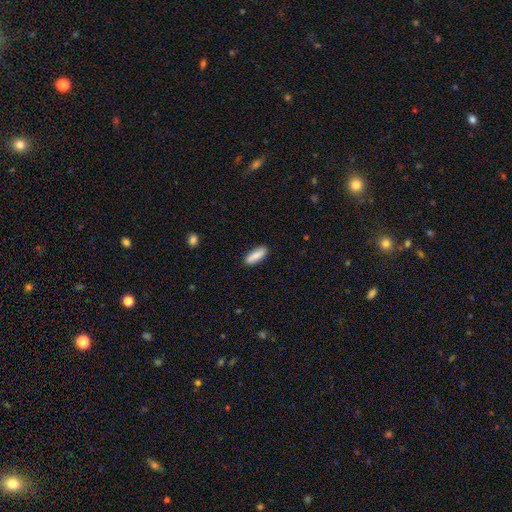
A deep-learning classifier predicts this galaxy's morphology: Smooth or featured? smooth (87%)
How rounded? in between (62%)
Merging? none (88%)